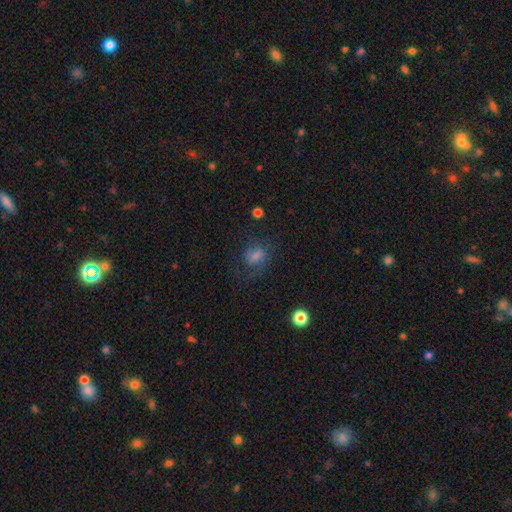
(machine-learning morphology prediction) Smooth or featured?
  - smooth: 52% *
  - featured or disk: 29%
  - star or artifact: 19%
How rounded?
  - in between: 60% *
  - round: 37%
  - cigar-shaped: 3%
Merging?
  - none: 55% *
  - major disturbance: 21%
  - minor disturbance: 20%
  - merger: 3%